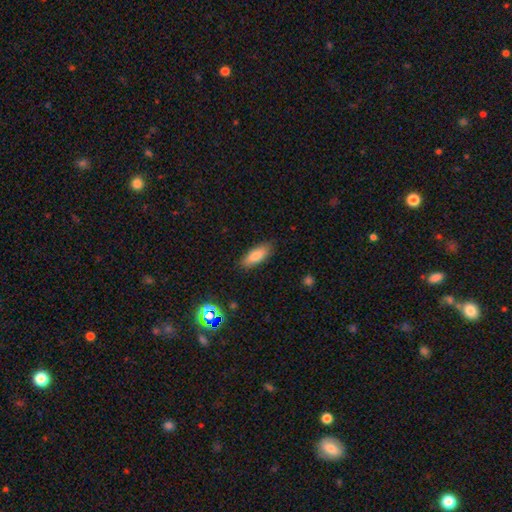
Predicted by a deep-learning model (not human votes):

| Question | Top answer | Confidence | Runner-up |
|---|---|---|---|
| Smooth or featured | smooth | 80% | featured or disk (12%) |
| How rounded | in between | 70% | cigar-shaped (28%) |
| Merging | none | 87% | minor disturbance (10%) |